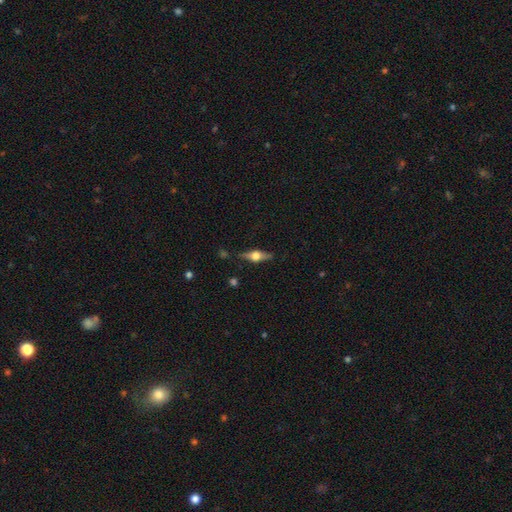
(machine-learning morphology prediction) This appears to be a featured or disk galaxy (67%) viewed edge-on (95%) with a rounded central bulge (94%). Merging: none (84%).